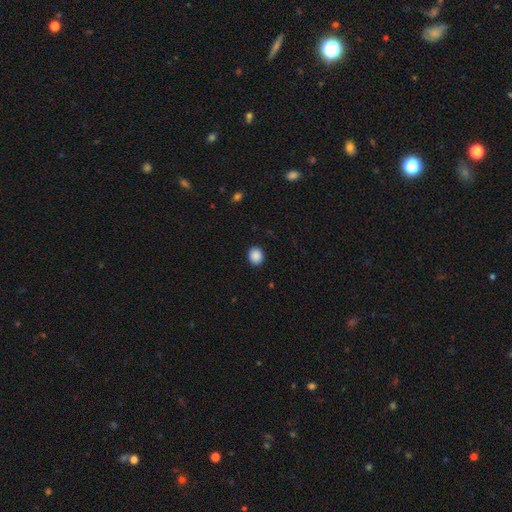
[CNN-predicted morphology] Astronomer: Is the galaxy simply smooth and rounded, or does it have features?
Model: smooth — 89%.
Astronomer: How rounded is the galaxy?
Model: round — 69%.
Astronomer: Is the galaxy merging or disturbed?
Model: none — 90%.